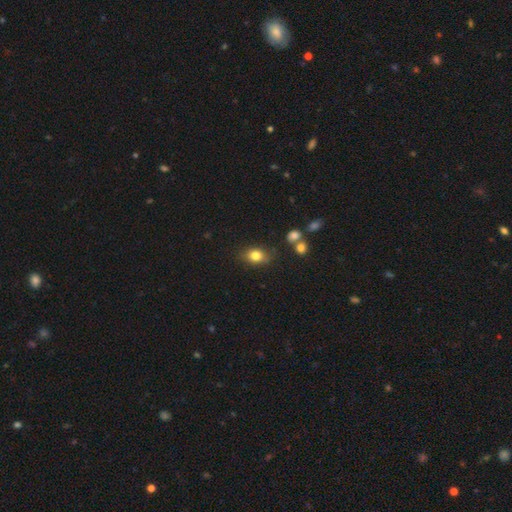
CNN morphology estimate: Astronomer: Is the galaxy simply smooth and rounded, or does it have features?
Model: smooth — 80%.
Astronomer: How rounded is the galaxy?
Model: in between — 68%.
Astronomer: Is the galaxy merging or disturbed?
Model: none — 79%.